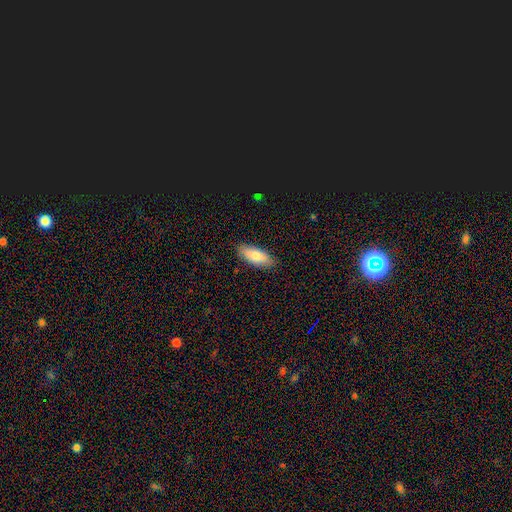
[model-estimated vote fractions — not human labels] This is clearly a smooth galaxy (81%). How rounded: likely in between (76%). Merging: clearly none (86%).